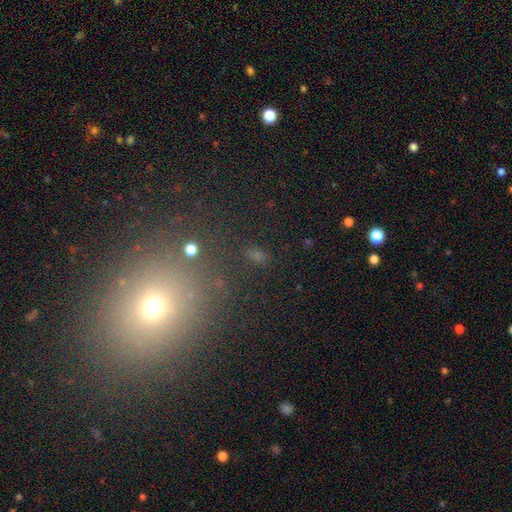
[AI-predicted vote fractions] Morphology: type=smooth (52%); roundness=in between (64%); merging=none (77%).